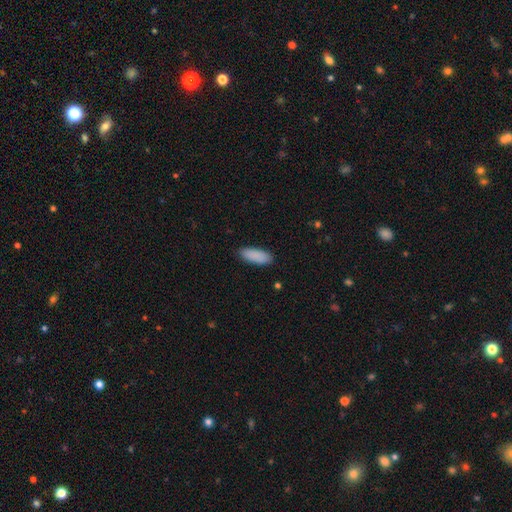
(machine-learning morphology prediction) Smooth or featured?
  - smooth: 90% *
  - star or artifact: 6%
  - featured or disk: 4%
How rounded?
  - in between: 74% *
  - cigar-shaped: 24%
  - round: 2%
Merging?
  - none: 88% *
  - minor disturbance: 10%
  - major disturbance: 2%
  - merger: 1%